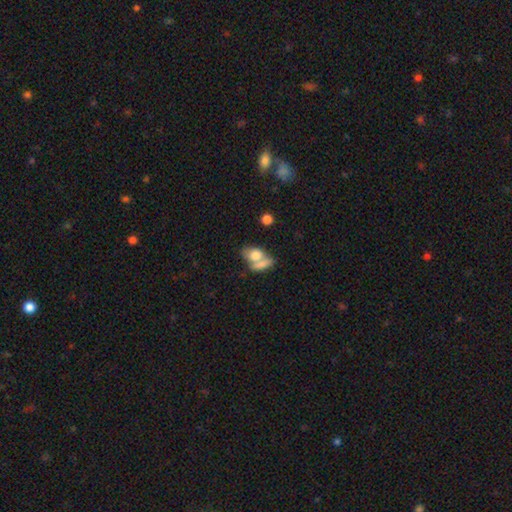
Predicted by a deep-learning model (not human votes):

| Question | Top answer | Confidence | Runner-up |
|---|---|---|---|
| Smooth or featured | smooth | 75% | featured or disk (17%) |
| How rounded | in between | 75% | round (18%) |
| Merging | merger | 52% | none (31%) |